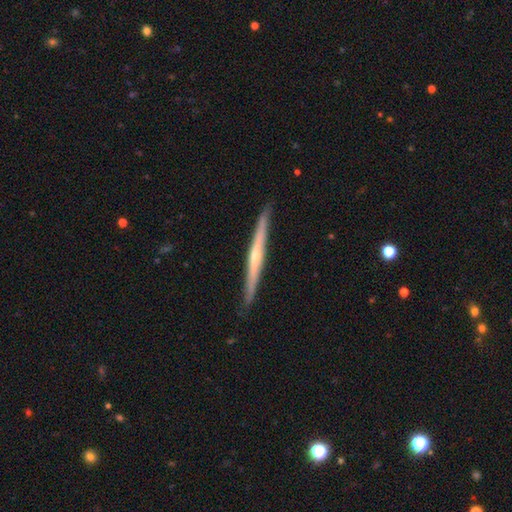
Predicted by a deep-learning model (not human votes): A featured or disk galaxy (71%) viewed edge-on (97%) with a rounded central bulge (64%).

Vote fractions:
- Smooth or featured? featured or disk: 71% / smooth: 24% / star or artifact: 5%
- Edge-on disk? yes: 97% / no: 3%
- Edge-on bulge? rounded: 64% / none: 32% / boxy: 4%
- Merging? none: 90% / minor disturbance: 7% / major disturbance: 1% / merger: 1%